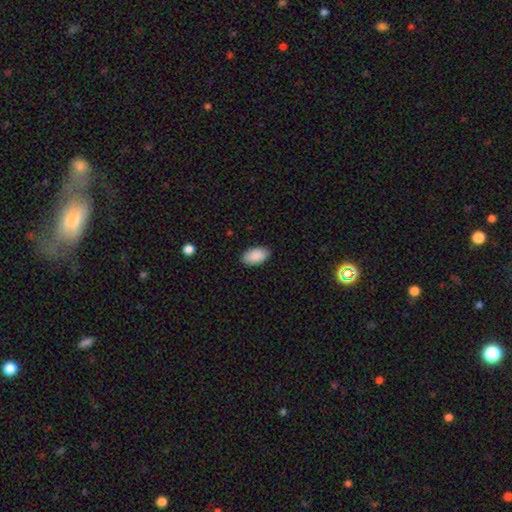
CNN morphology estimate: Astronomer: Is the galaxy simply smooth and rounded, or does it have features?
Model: smooth — 90%.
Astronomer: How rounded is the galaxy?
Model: in between — 95%.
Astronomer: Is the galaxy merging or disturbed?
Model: none — 88%.